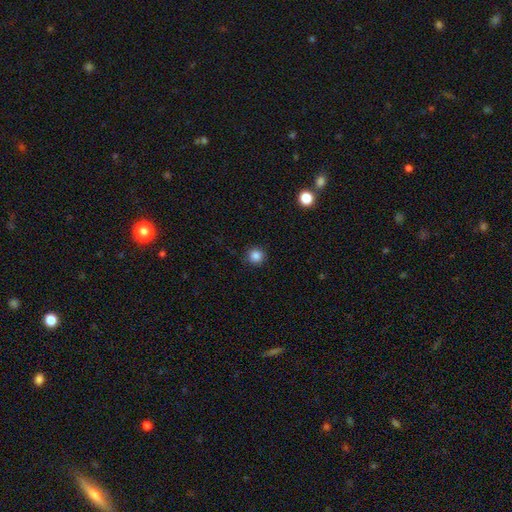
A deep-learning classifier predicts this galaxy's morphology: Overall: smooth (85%). How rounded: round (95%). Merging: none (90%).